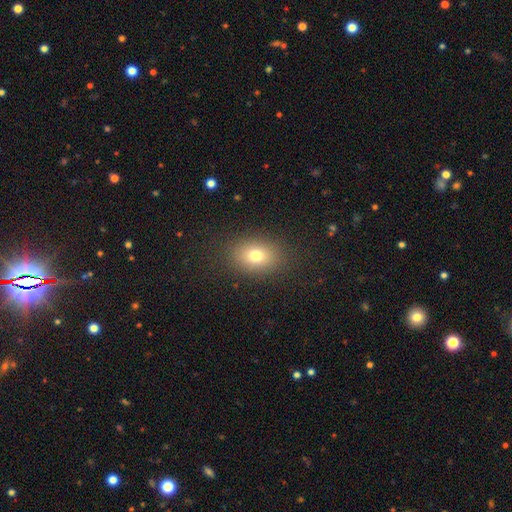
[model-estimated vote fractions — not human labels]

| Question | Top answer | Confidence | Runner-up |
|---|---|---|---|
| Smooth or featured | smooth | 76% | star or artifact (13%) |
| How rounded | in between | 70% | round (29%) |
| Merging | none | 86% | minor disturbance (9%) |